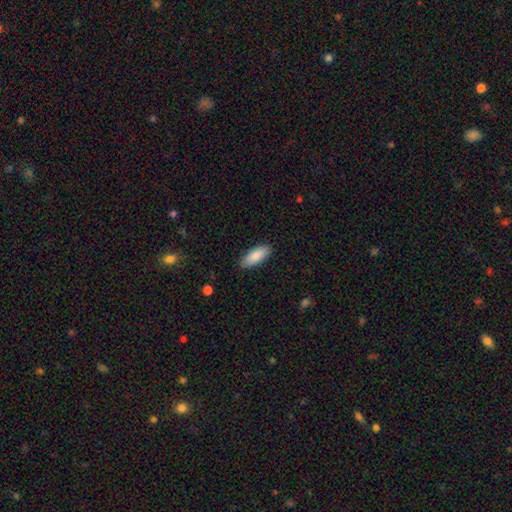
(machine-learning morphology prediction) Smooth or featured? smooth (88%)
How rounded? in between (76%)
Merging? none (88%)